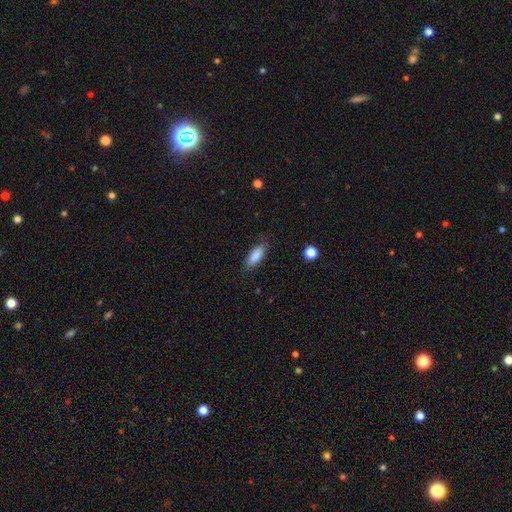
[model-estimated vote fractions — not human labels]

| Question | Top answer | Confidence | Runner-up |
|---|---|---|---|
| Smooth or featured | smooth | 86% | featured or disk (7%) |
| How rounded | in between | 70% | cigar-shaped (28%) |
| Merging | none | 82% | minor disturbance (13%) |